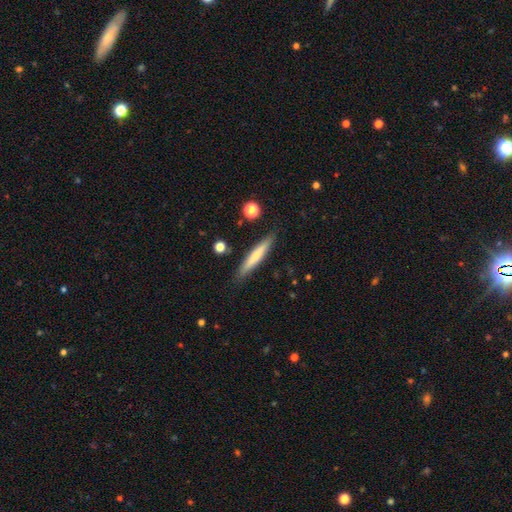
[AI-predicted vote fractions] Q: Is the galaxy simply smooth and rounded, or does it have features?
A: smooth — 65%.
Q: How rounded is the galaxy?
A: cigar-shaped — 93%.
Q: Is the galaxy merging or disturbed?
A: none — 88%.